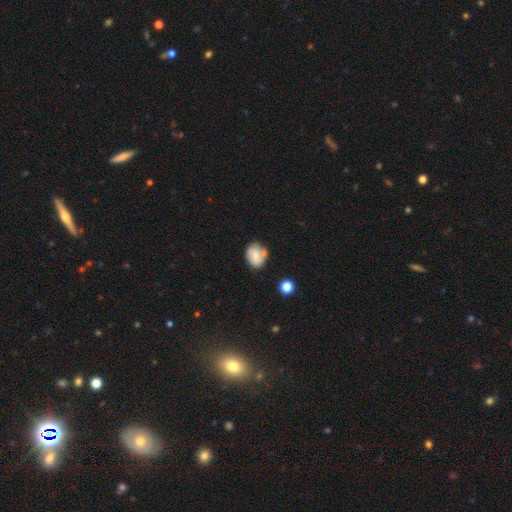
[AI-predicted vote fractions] Smooth or featured?
  - smooth: 62% *
  - featured or disk: 29%
  - star or artifact: 9%
How rounded?
  - round: 53% *
  - in between: 46%
  - cigar-shaped: 1%
Merging?
  - none: 59% *
  - minor disturbance: 24%
  - merger: 11%
  - major disturbance: 6%